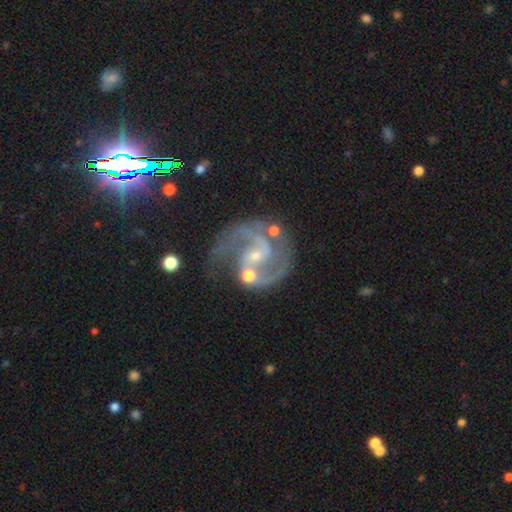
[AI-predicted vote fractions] Smooth or featured? featured or disk (90%)
Edge-on disk? no (98%)
Bar? weak (46%)
Spiral arms? yes (98%)
Spiral winding? medium (62%)
Spiral arm count? 2 (89%)
Bulge size? small (71%)
Merging? none (58%)